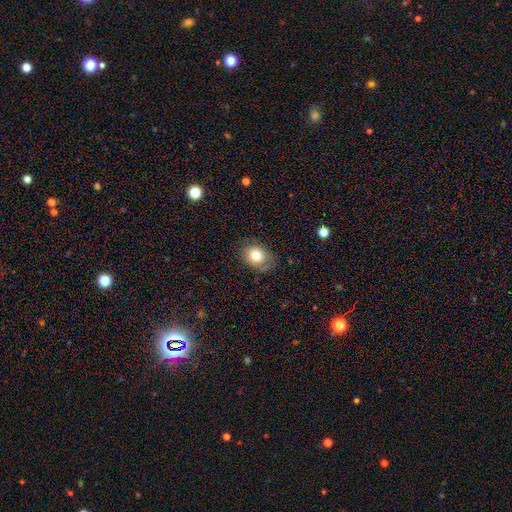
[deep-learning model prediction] A smooth galaxy with no disk features (75%) that is in between round and cigar-shaped (56%).

Vote fractions:
- Smooth or featured? smooth: 75% / featured or disk: 15% / star or artifact: 10%
- How rounded? in between: 56% / round: 44% / cigar-shaped: 1%
- Merging? none: 69% / minor disturbance: 22% / major disturbance: 7% / merger: 2%